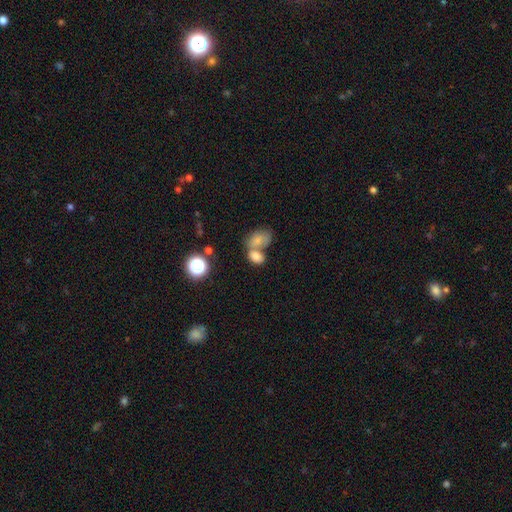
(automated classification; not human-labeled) smooth-or-featured: smooth: 77% | star or artifact: 12% | featured or disk: 11%
  how-rounded: in between: 81% | round: 17% | cigar-shaped: 2%
  merging: merger: 60% | none: 27% | minor disturbance: 9% | major disturbance: 5%